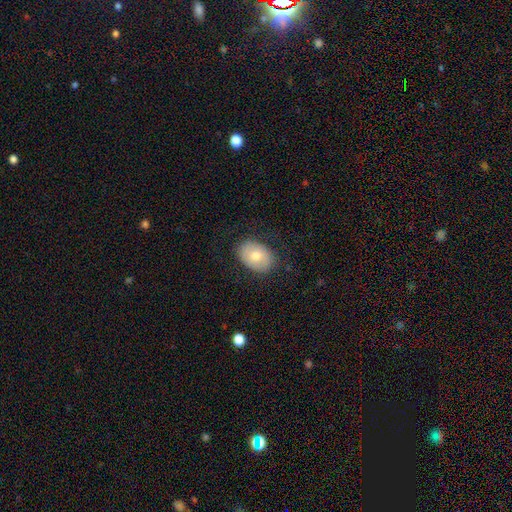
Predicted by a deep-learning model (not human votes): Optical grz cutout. It shows a smooth galaxy with no disk features (73%) that is in between round and cigar-shaped (80%). Merging: none (80%).